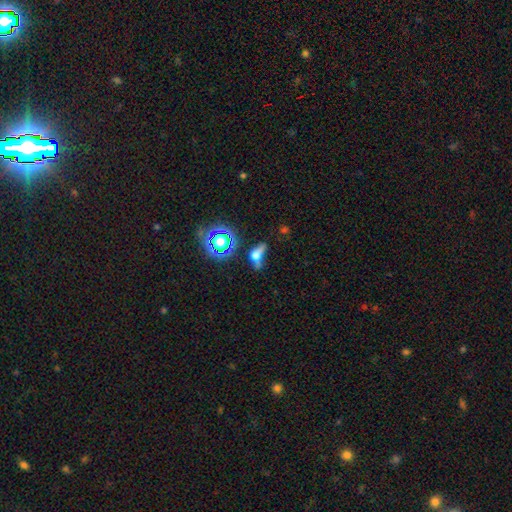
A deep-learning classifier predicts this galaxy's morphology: The model was most divided on "merging": none: 35%, major disturbance: 23%, minor disturbance: 22%, merger: 20%. Remaining: smooth or featured — smooth (48%).